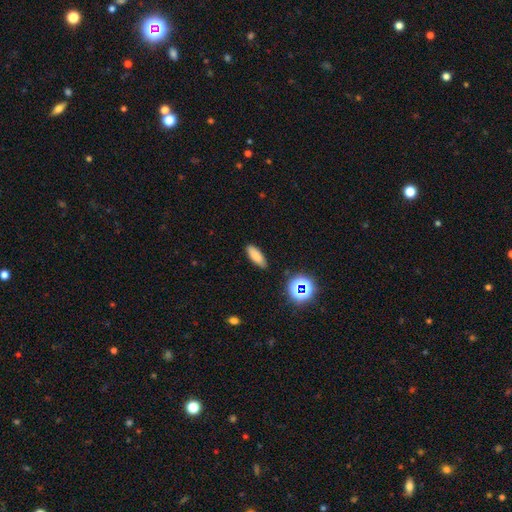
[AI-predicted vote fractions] A smooth galaxy with no disk features (80%) that is in between round and cigar-shaped (63%).

Vote fractions:
- Smooth or featured? smooth: 80% / star or artifact: 13% / featured or disk: 7%
- How rounded? in between: 63% / cigar-shaped: 33% / round: 4%
- Merging? none: 85% / minor disturbance: 10% / major disturbance: 3% / merger: 2%